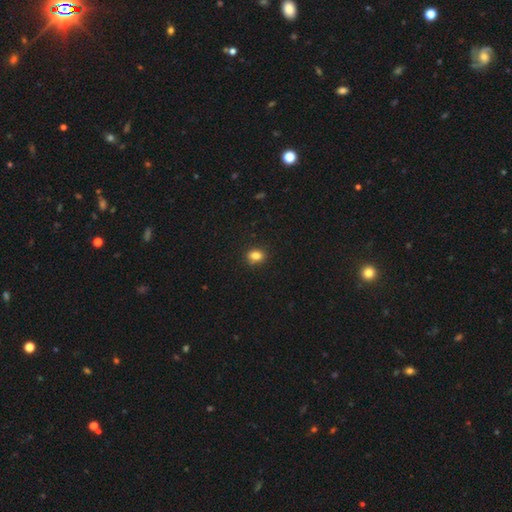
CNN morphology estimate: A smooth galaxy with no disk features (83%) that is in between round and cigar-shaped (53%).

Vote fractions:
- Smooth or featured? smooth: 83% / star or artifact: 11% / featured or disk: 6%
- How rounded? in between: 53% / round: 46% / cigar-shaped: 1%
- Merging? none: 83% / minor disturbance: 11% / merger: 3% / major disturbance: 2%